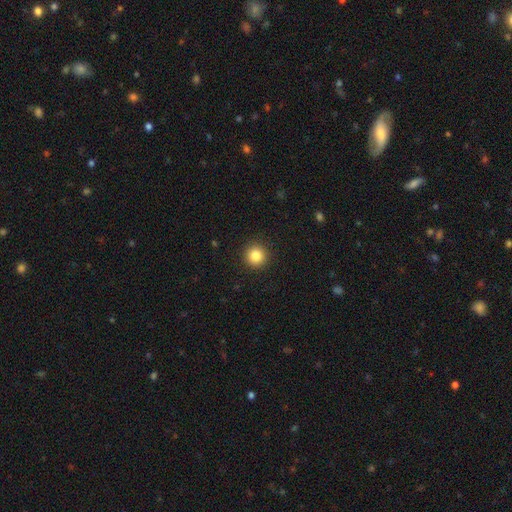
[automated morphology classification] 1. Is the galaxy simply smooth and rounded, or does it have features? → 85% smooth, 10% star or artifact, 5% featured or disk.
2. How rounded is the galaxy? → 95% round, 4% in between, 1% cigar-shaped.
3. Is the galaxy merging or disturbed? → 93% none, 5% minor disturbance, 2% major disturbance, 1% merger.